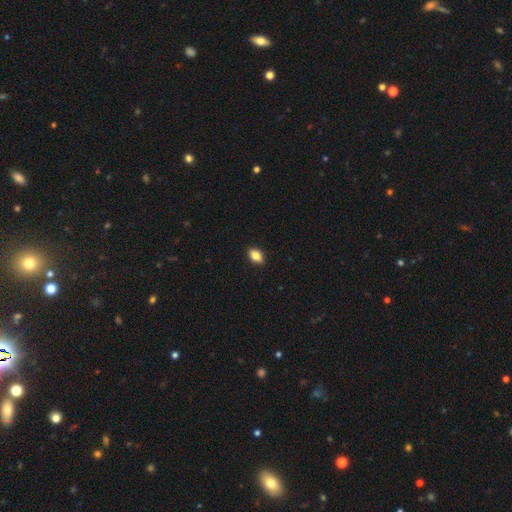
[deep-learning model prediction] smooth 84%, star or artifact 8%, featured or disk 8%. Down the decision tree: how rounded — in between (85%); merging — none (89%).